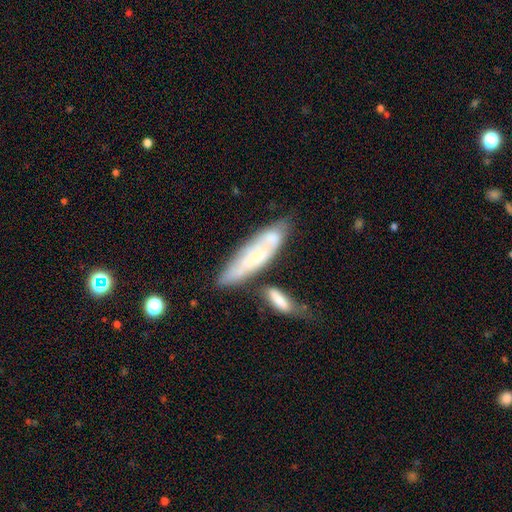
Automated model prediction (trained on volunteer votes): Morphology: type=featured or disk (51%); edge-on=no (68%); merging=none (42%).